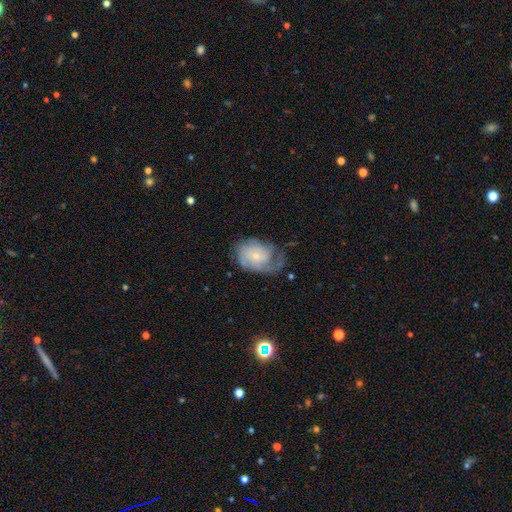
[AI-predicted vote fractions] Smooth or featured?
  - featured or disk: 64% *
  - smooth: 29%
  - star or artifact: 7%
Edge-on disk?
  - no: 97% *
  - yes: 3%
Bar?
  - no: 76% *
  - weak: 21%
  - strong: 3%
Spiral arms?
  - yes: 85% *
  - no: 15%
Spiral winding?
  - tight: 44% *
  - medium: 36%
  - loose: 20%
Spiral arm count?
  - can't tell: 36% *
  - 1: 25%
  - 2: 23%
  - 3: 10%
  - 4: 4%
  - more than 4: 3%
Bulge size?
  - small: 71% *
  - moderate: 22%
  - none: 4%
  - large: 2%
  - dominant: 1%
Merging?
  - none: 42% *
  - minor disturbance: 29%
  - major disturbance: 27%
  - merger: 2%